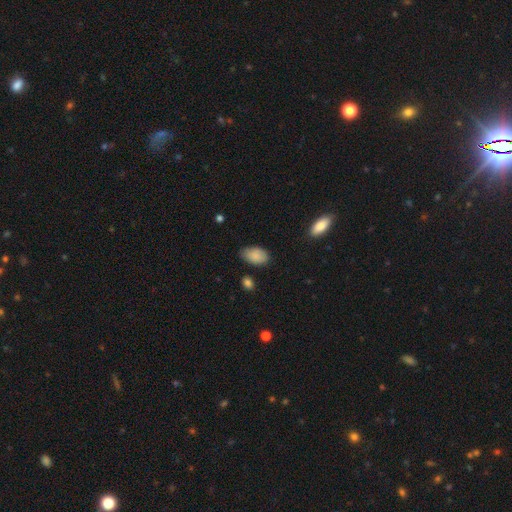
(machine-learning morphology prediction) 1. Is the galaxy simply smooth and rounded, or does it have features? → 87% smooth, 7% star or artifact, 6% featured or disk.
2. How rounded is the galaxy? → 93% in between, 5% round, 1% cigar-shaped.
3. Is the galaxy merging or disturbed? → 75% none, 19% minor disturbance, 3% major disturbance, 2% merger.